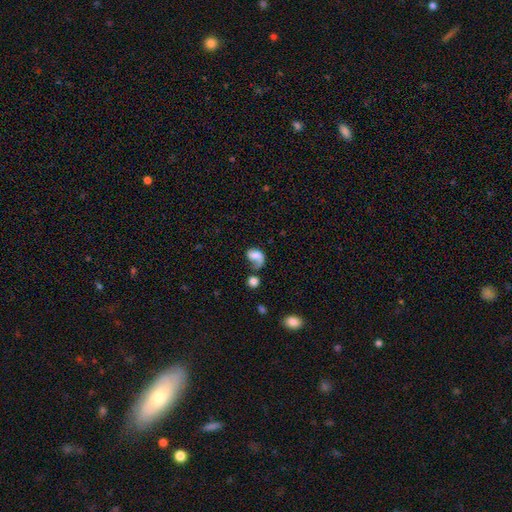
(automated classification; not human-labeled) Smooth or featured: smooth — 47% (featured or disk — 43%)
Merging: major disturbance — 32% (none — 30%)